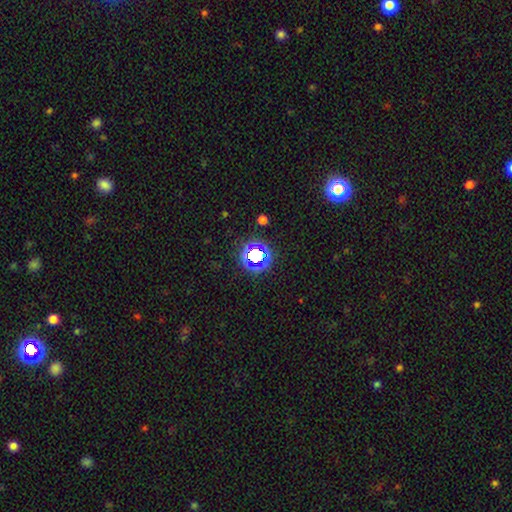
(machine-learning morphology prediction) Smooth or featured? star or artifact (64%)